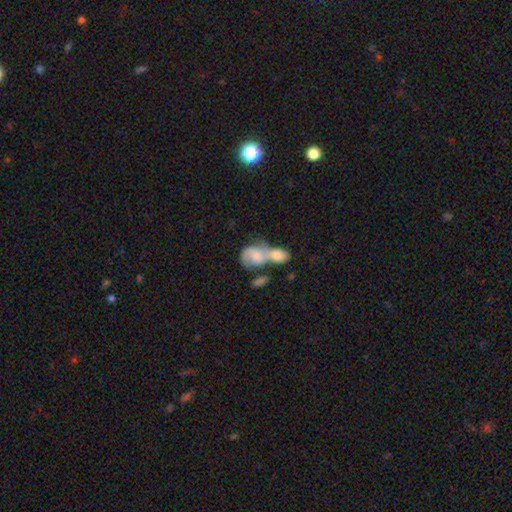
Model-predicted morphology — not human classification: This is likely a smooth galaxy (66%). How rounded: likely in between (70%). Merging: likely merger (72%).